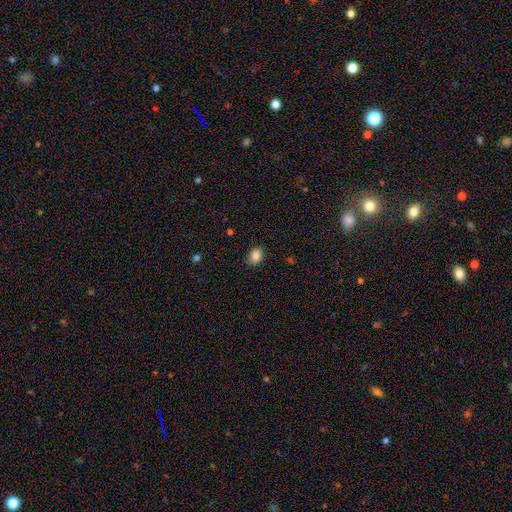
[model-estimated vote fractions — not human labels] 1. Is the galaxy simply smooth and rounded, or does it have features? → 85% smooth, 9% star or artifact, 6% featured or disk.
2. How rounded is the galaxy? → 74% in between, 25% round, 1% cigar-shaped.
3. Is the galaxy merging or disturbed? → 87% none, 10% minor disturbance, 2% major disturbance, 1% merger.